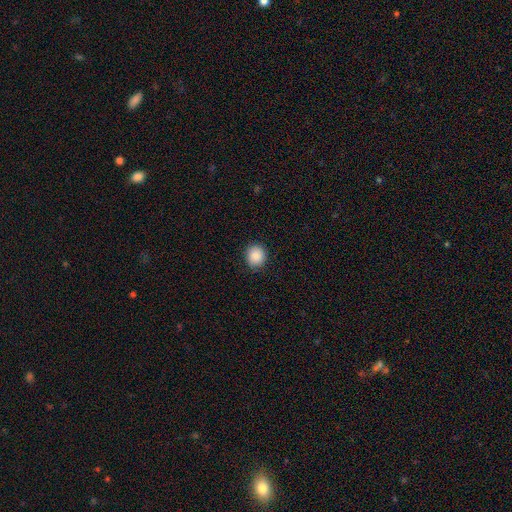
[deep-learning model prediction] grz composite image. It shows a smooth galaxy with no disk features (89%) that is round (80%). Merging: none (88%).